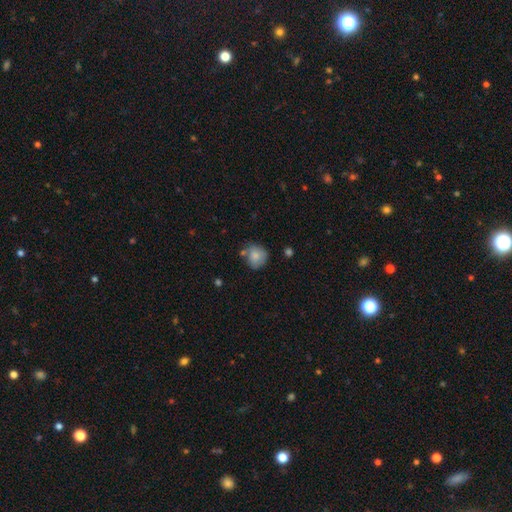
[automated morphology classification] Q: Smooth or featured?
A: smooth (81%); runner-up: featured or disk (10%)
Q: How rounded?
A: round (80%); runner-up: in between (19%)
Q: Merging?
A: none (62%); runner-up: minor disturbance (23%)